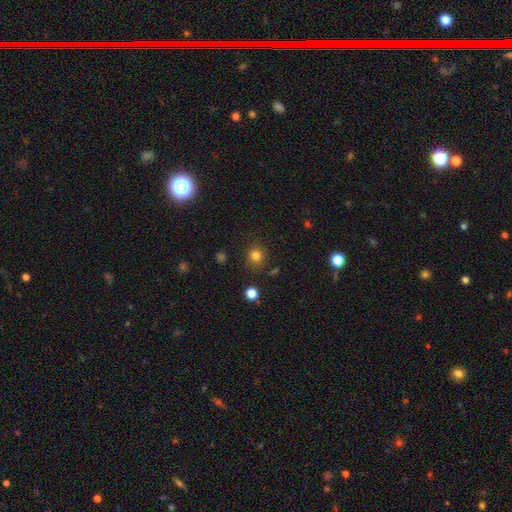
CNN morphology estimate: smooth-or-featured: smooth: 80% | star or artifact: 15% | featured or disk: 5%
  how-rounded: round: 86% | in between: 13% | cigar-shaped: 1%
  merging: none: 84% | minor disturbance: 10% | major disturbance: 3% | merger: 3%